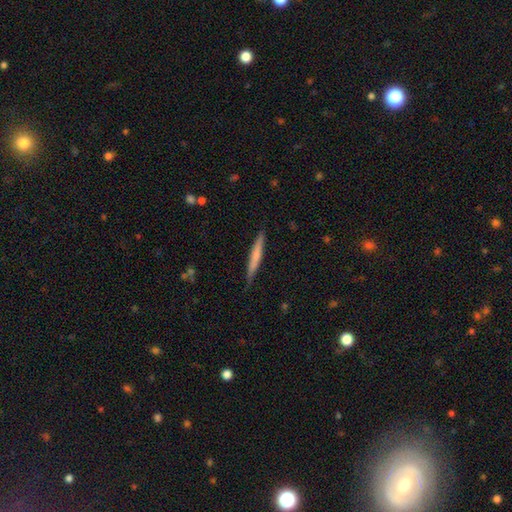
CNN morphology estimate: A smooth galaxy with no disk features (59%) that is cigar-shaped (96%). Merging: none (86%).